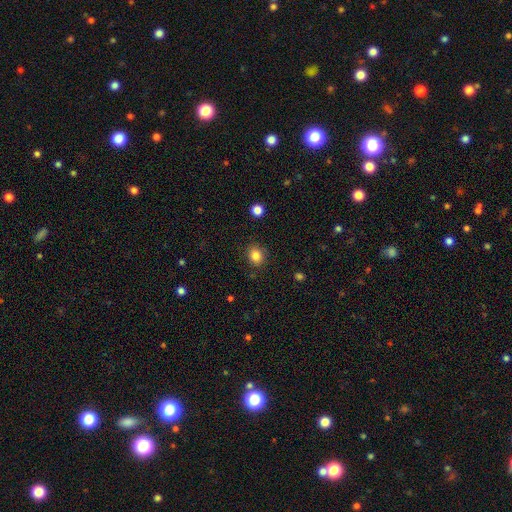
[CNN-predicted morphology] Q: Smooth or featured?
A: smooth (83%); runner-up: star or artifact (11%)
Q: How rounded?
A: round (68%); runner-up: in between (31%)
Q: Merging?
A: none (87%); runner-up: minor disturbance (9%)